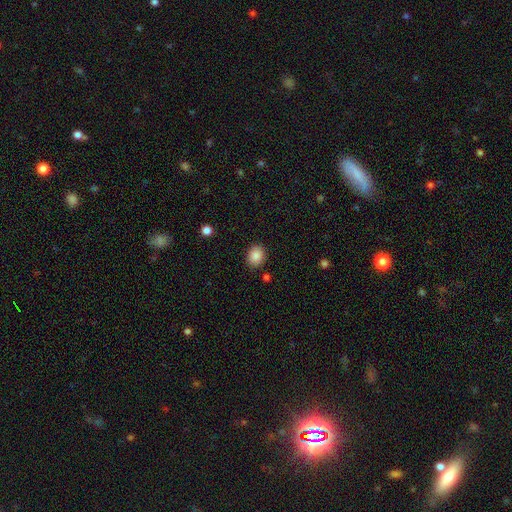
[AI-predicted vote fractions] A smooth galaxy with no disk features (87%) that is round (57%).

Vote fractions:
- Smooth or featured? smooth: 87% / star or artifact: 9% / featured or disk: 4%
- How rounded? round: 57% / in between: 42% / cigar-shaped: 1%
- Merging? none: 87% / minor disturbance: 8% / major disturbance: 2% / merger: 2%